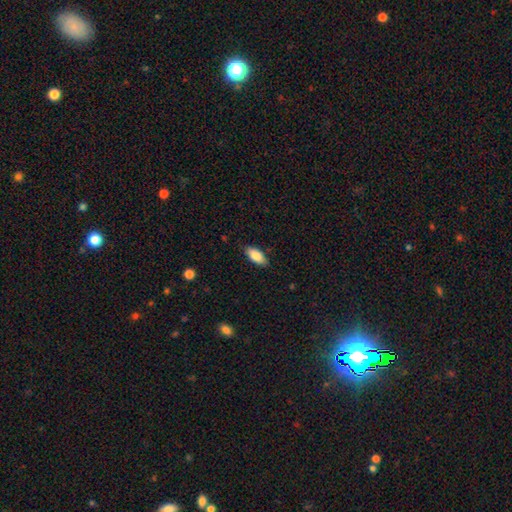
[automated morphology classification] Overall: smooth (85%). How rounded: in between (88%). Merging: none (85%).